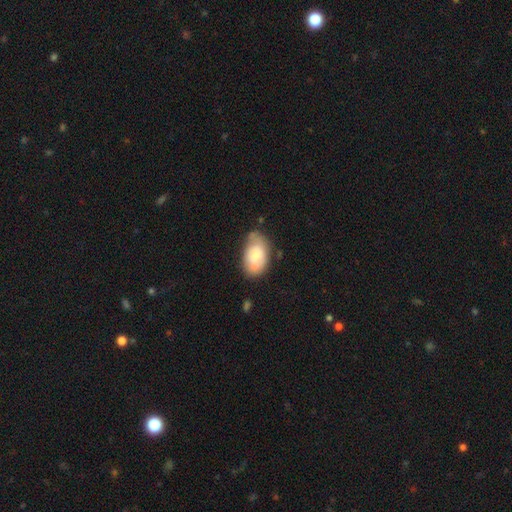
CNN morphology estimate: type=smooth (62%); roundness=in between (91%); merging=none (54%).